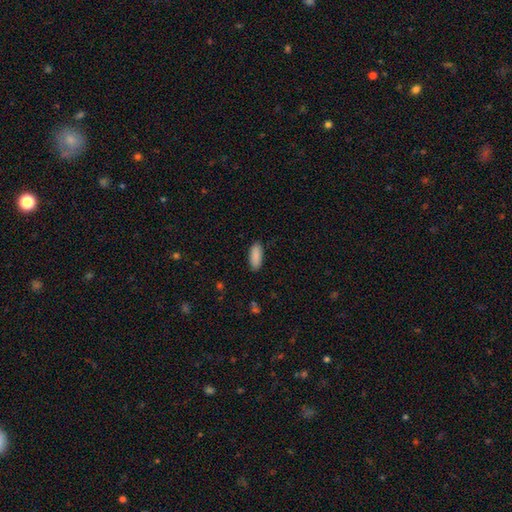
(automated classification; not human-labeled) smooth-or-featured: smooth: 90% | star or artifact: 6% | featured or disk: 4%
  how-rounded: in between: 77% | cigar-shaped: 21% | round: 2%
  merging: none: 87% | minor disturbance: 9% | major disturbance: 2% | merger: 1%